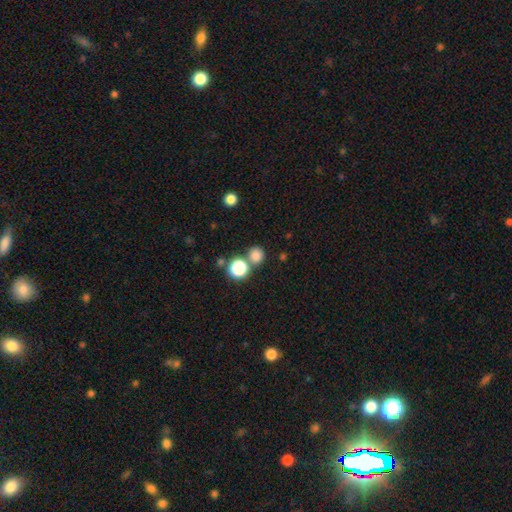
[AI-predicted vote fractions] Overall: smooth (78%). How rounded: round (89%). Merging: none (70%).